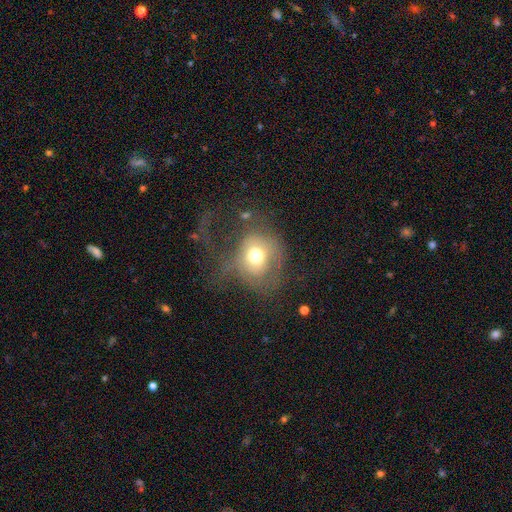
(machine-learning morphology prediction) Smooth or featured: smooth — 58% (featured or disk — 30%)
How rounded: round — 73% (in between — 26%)
Merging: major disturbance — 49% (none — 30%)